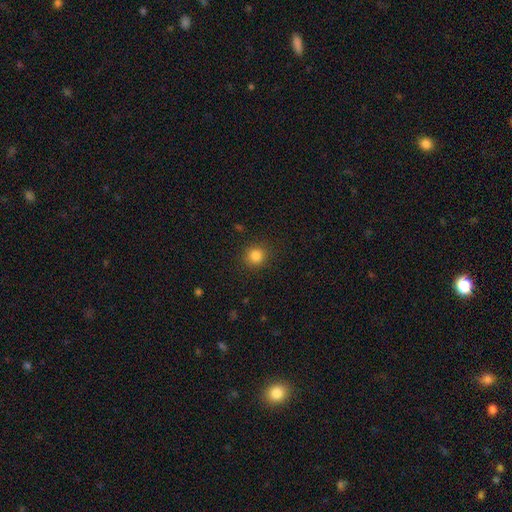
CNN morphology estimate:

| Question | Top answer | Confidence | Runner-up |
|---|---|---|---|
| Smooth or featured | smooth | 84% | star or artifact (12%) |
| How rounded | round | 91% | in between (8%) |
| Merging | none | 89% | minor disturbance (7%) |